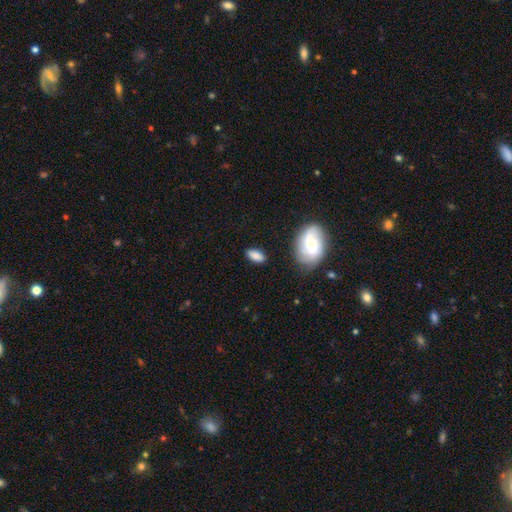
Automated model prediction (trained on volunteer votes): The model was most divided on "merging": none: 82%, minor disturbance: 12%, major disturbance: 3%, merger: 2%. More confident: how rounded — in between (89%); smooth or featured — smooth (84%).